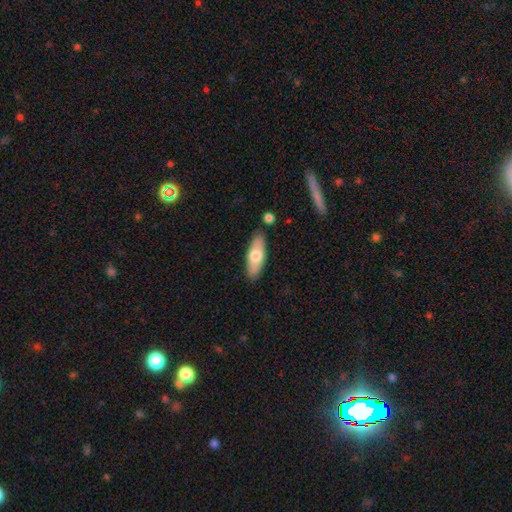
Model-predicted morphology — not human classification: A smooth galaxy with no disk features (68%) that is in between round and cigar-shaped (65%). Merging: none (83%).